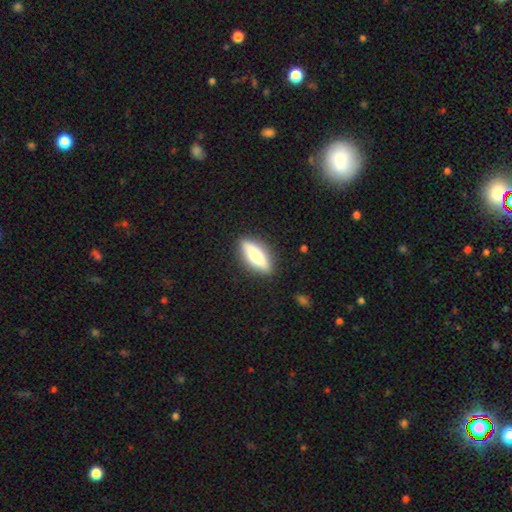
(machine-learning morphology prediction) Smooth or featured: smooth — 62% (featured or disk — 32%)
How rounded: in between — 50% (cigar-shaped — 48%)
Merging: none — 88% (minor disturbance — 8%)